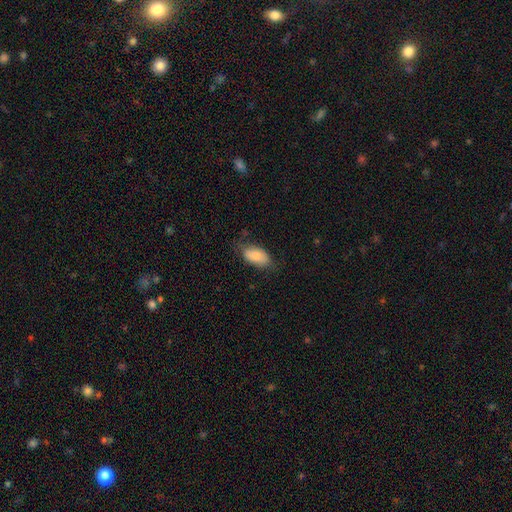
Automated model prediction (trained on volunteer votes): Smooth or featured: smooth — 79% (featured or disk — 14%)
How rounded: in between — 93% (round — 4%)
Merging: none — 69% (minor disturbance — 24%)